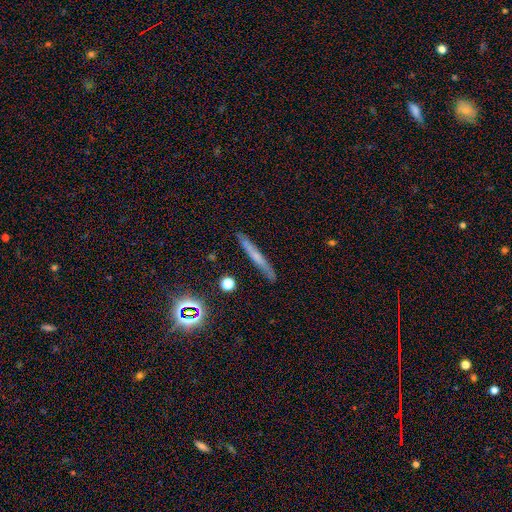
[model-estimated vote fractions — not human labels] Smooth or featured? Predicted: smooth (p=0.50). Merging? Predicted: none (p=0.85).